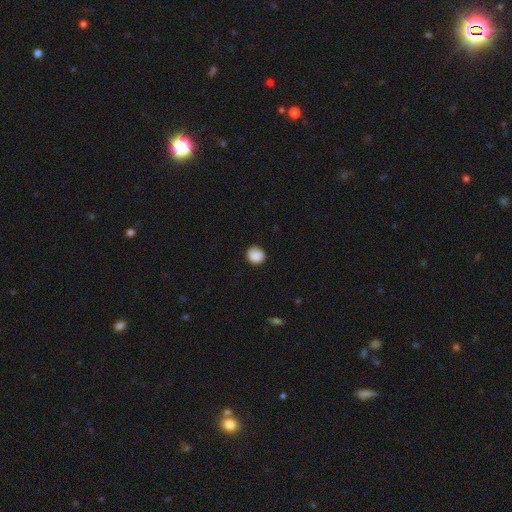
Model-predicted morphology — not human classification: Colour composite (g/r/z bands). It shows a smooth galaxy with no disk features (87%) that is round (86%). Merging: none (80%).